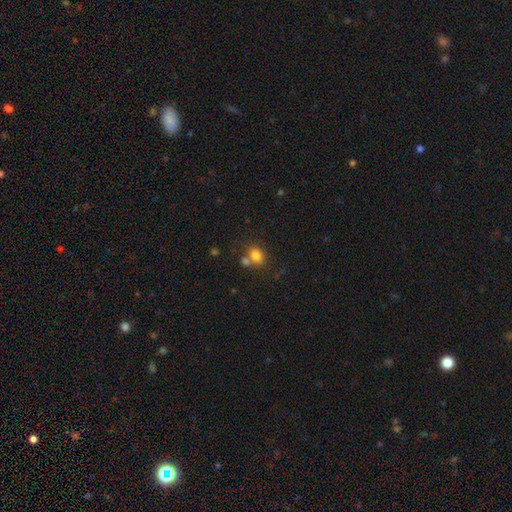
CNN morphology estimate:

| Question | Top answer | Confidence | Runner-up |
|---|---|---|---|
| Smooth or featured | smooth | 80% | star or artifact (12%) |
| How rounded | in between | 54% | round (45%) |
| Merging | none | 53% | merger (32%) |